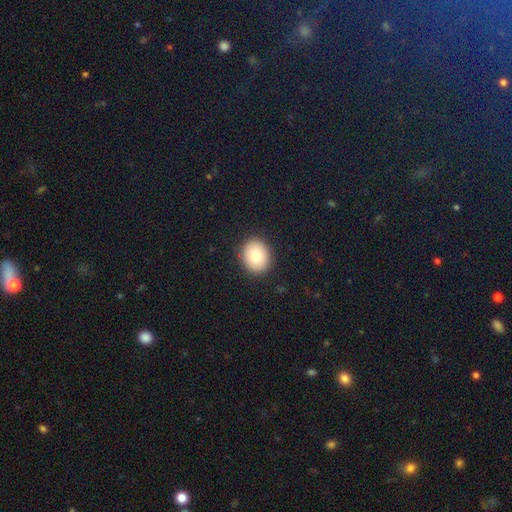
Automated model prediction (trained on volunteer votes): The model was most divided on "how rounded": round: 63%, in between: 36%, cigar-shaped: 1%. More confident: merging — none (90%); smooth or featured — smooth (86%).